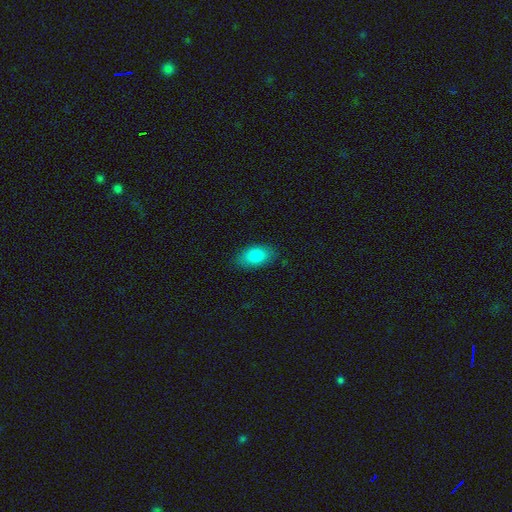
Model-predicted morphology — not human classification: Overall: smooth (85%). How rounded: in between (91%). Merging: none (83%).